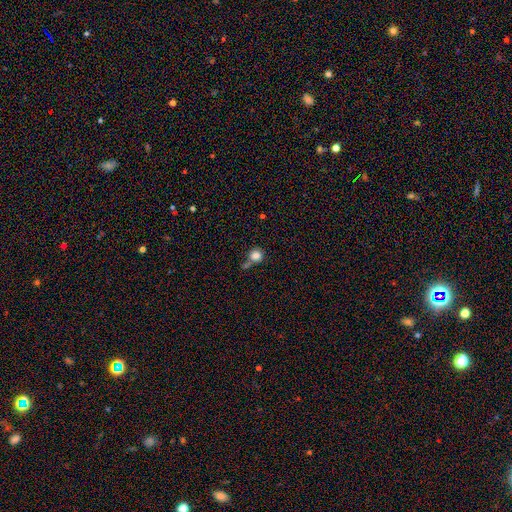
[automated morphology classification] Q: Smooth or featured?
A: smooth (82%); runner-up: star or artifact (10%)
Q: How rounded?
A: round (89%); runner-up: in between (10%)
Q: Merging?
A: none (51%); runner-up: merger (26%)